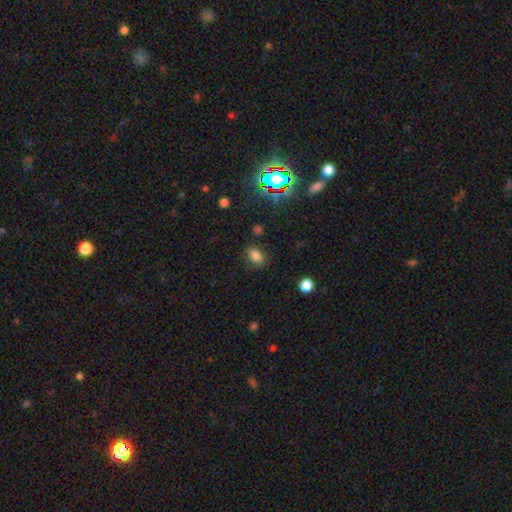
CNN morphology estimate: Smooth or featured? Predicted: smooth (p=0.79). How rounded? Predicted: in between (p=0.78). Merging? Predicted: none (p=0.81).